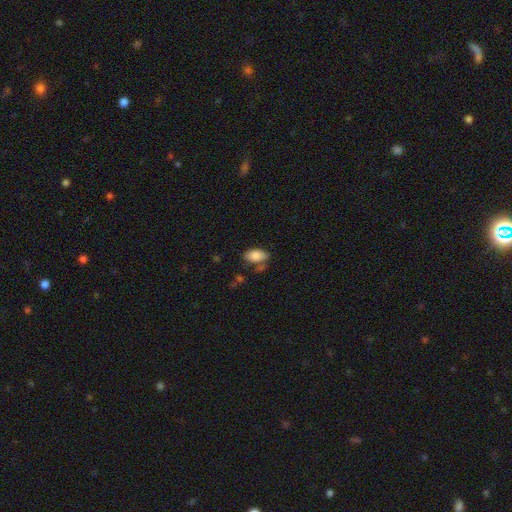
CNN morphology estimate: smooth 85%, featured or disk 8%, star or artifact 8%. Down the decision tree: how rounded — in between (93%); merging — none (63%).